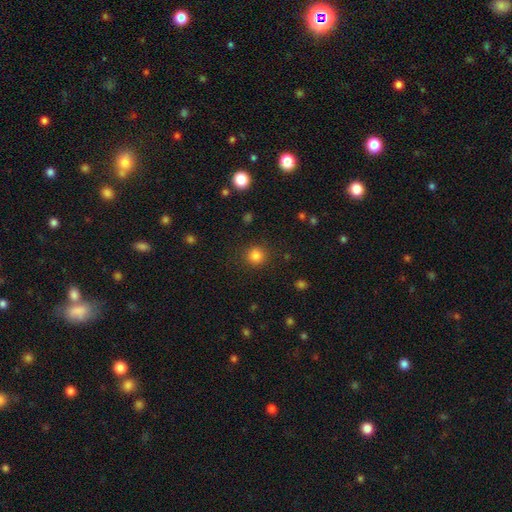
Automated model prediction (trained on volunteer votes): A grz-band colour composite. It shows a smooth galaxy with no disk features (83%) that is round (92%). Merging: none (89%).